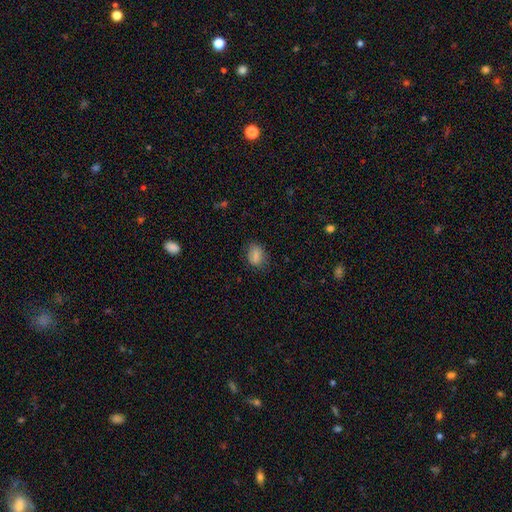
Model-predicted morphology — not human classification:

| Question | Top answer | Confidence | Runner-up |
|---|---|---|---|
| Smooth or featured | smooth | 82% | featured or disk (9%) |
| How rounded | in between | 72% | round (27%) |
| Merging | none | 74% | minor disturbance (19%) |